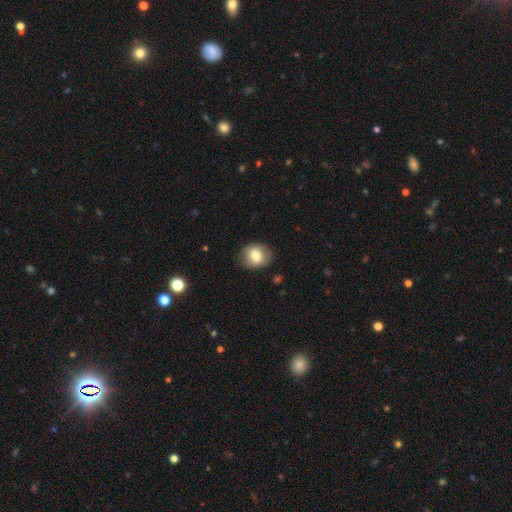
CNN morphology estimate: Smooth or featured? Predicted: smooth (p=0.77). How rounded? Predicted: round (p=0.59). Merging? Predicted: none (p=0.81).